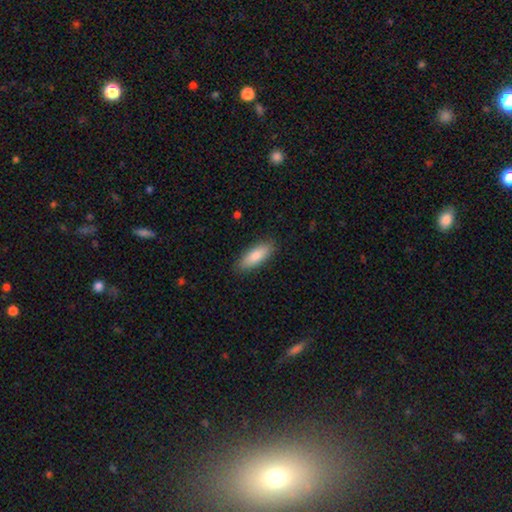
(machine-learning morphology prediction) Smooth or featured? smooth (83%)
How rounded? in between (65%)
Merging? none (87%)